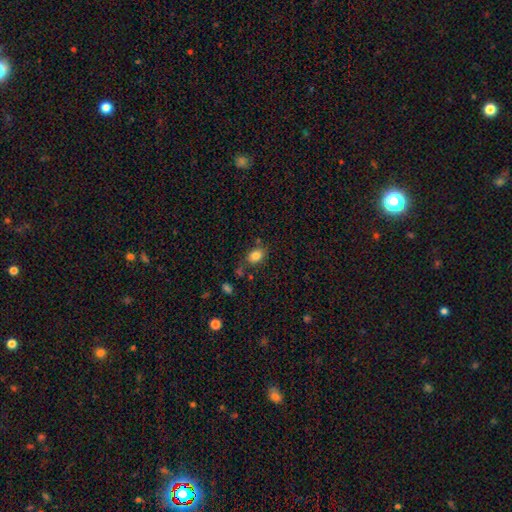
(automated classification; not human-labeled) The model was most divided on "how rounded": in between: 75%, round: 24%, cigar-shaped: 1%. More confident: smooth or featured — smooth (83%); merging — none (73%).